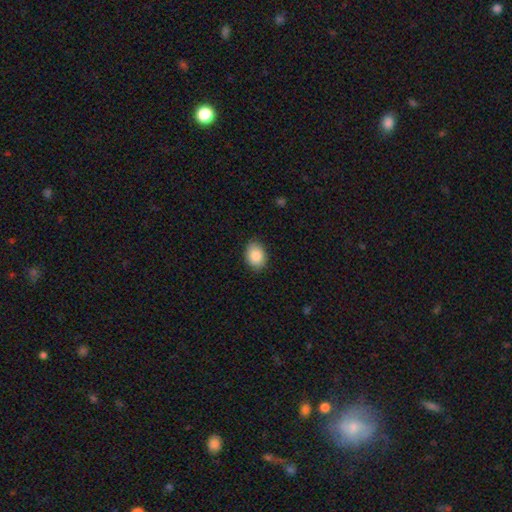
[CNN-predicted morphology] Q: Smooth or featured?
A: smooth (88%); runner-up: star or artifact (7%)
Q: How rounded?
A: in between (74%); runner-up: round (25%)
Q: Merging?
A: none (87%); runner-up: minor disturbance (10%)